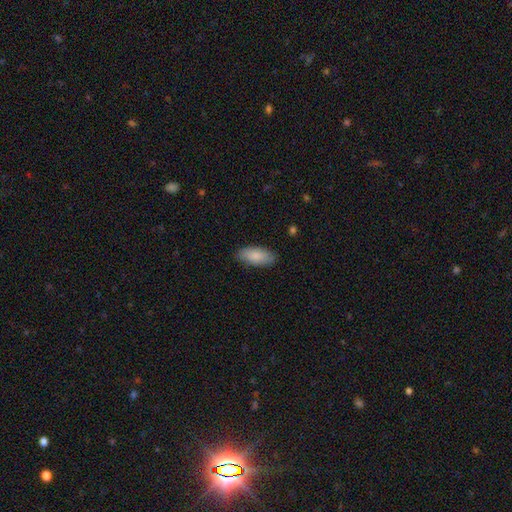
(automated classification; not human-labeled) Q: Smooth or featured?
A: smooth (86%); runner-up: featured or disk (8%)
Q: How rounded?
A: in between (87%); runner-up: cigar-shaped (11%)
Q: Merging?
A: none (84%); runner-up: minor disturbance (13%)